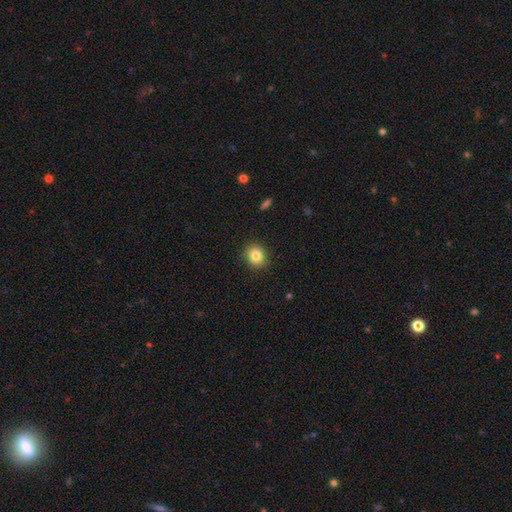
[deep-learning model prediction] Smooth or featured?
  - smooth: 83% *
  - star or artifact: 10%
  - featured or disk: 7%
How rounded?
  - round: 76% *
  - in between: 23%
  - cigar-shaped: 1%
Merging?
  - none: 87% *
  - minor disturbance: 9%
  - major disturbance: 2%
  - merger: 1%